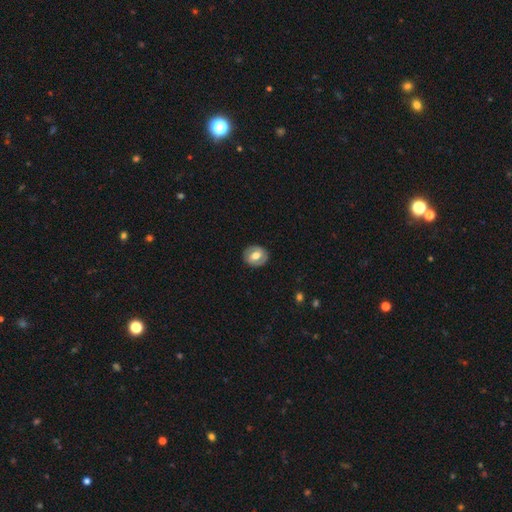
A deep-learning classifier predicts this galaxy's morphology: Overall: smooth (53%; featured or disk 40%). How rounded: round (65%; in between 34%). Merging: none (87%).